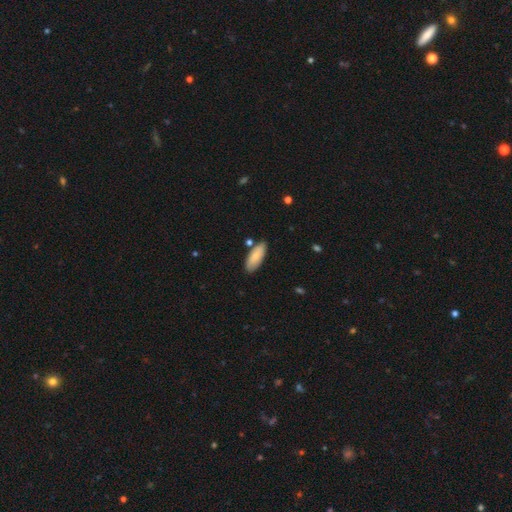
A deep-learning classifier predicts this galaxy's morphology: Q: Smooth or featured?
A: smooth (82%); runner-up: featured or disk (13%)
Q: How rounded?
A: in between (73%); runner-up: cigar-shaped (25%)
Q: Merging?
A: none (80%); runner-up: minor disturbance (14%)